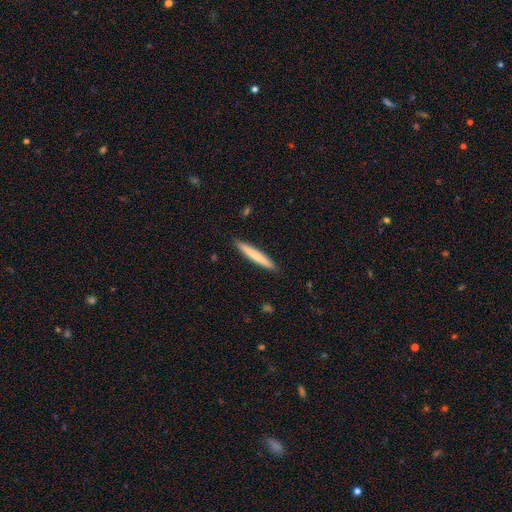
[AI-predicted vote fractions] Morphology: type=smooth (73%); roundness=cigar-shaped (96%); merging=none (92%).